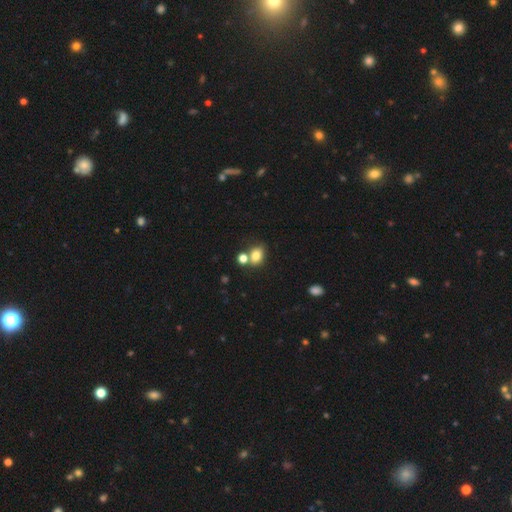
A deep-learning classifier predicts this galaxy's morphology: Q: Smooth or featured?
A: smooth (79%); runner-up: star or artifact (12%)
Q: How rounded?
A: in between (58%); runner-up: round (40%)
Q: Merging?
A: none (53%); runner-up: merger (30%)